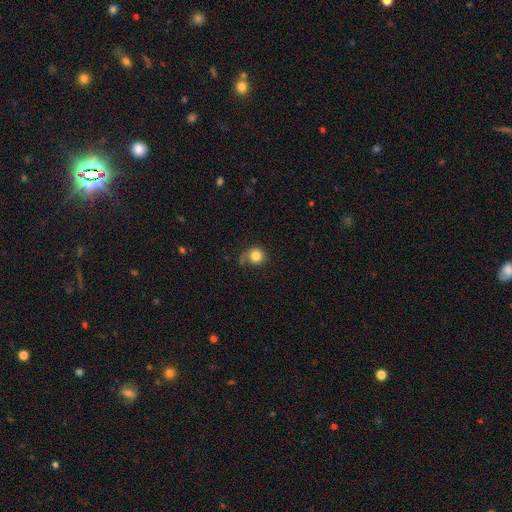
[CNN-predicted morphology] Q: Smooth or featured?
A: smooth (81%); runner-up: star or artifact (10%)
Q: How rounded?
A: round (86%); runner-up: in between (13%)
Q: Merging?
A: none (55%); runner-up: minor disturbance (25%)